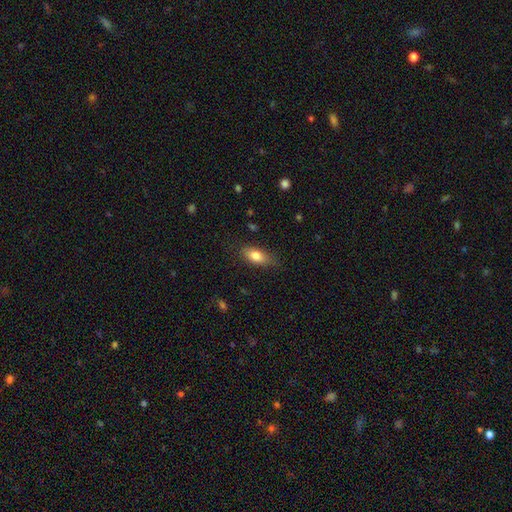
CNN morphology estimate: smooth 80%, featured or disk 12%, star or artifact 7%. Down the decision tree: how rounded — in between (83%); merging — none (78%).